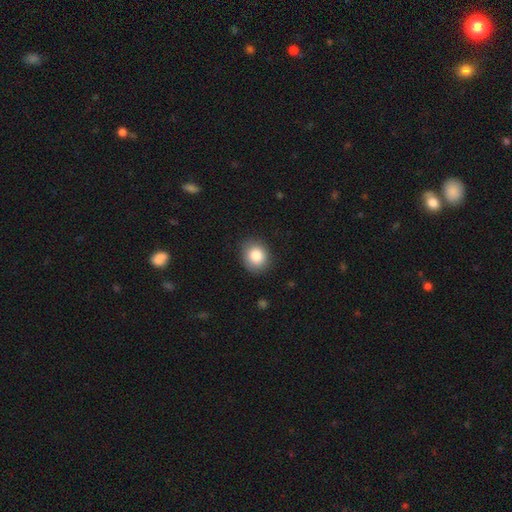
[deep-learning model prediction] smooth 84%, star or artifact 9%, featured or disk 8%. Down the decision tree: how rounded — round (72%); merging — none (87%).